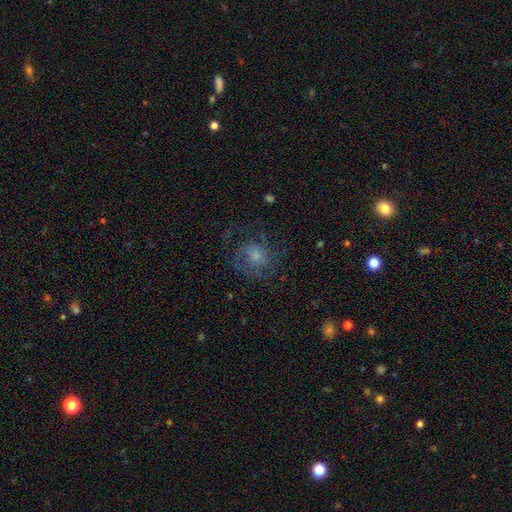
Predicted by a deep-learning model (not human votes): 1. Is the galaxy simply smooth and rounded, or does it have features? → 55% featured or disk, 34% smooth, 11% star or artifact.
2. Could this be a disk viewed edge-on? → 97% no, 3% yes.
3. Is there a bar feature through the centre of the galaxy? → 74% no, 23% weak, 3% strong.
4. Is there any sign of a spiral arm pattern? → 76% yes, 24% no.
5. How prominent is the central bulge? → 42% small, 38% moderate, 11% none, 8% large, 2% dominant.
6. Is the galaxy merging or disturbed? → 58% none, 23% major disturbance, 18% minor disturbance, 2% merger.